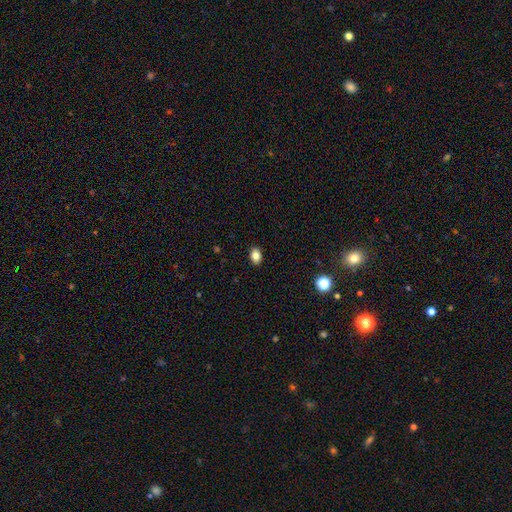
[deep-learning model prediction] This appears to be a smooth galaxy with no disk features (83%) that is in between round and cigar-shaped (78%). Merging: none (89%).